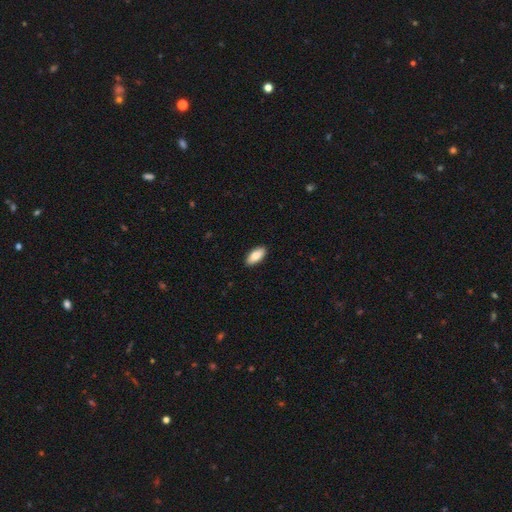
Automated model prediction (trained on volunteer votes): This appears to be a smooth galaxy with no disk features (84%) that is in between round and cigar-shaped (89%). Merging: none (91%).